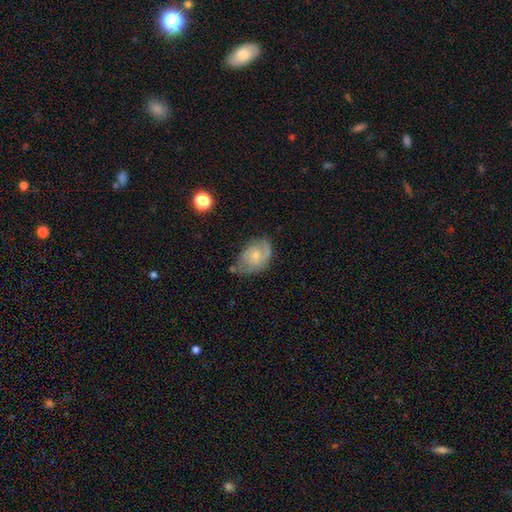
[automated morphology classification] smooth_or_featured: featured or disk (p=0.60) [alt: smooth p=0.33]
disk_edge_on: no (p=0.96) [alt: yes p=0.04]
bar: no (p=0.67) [alt: weak p=0.30]
has_spiral_arms: yes (p=0.80) [alt: no p=0.20]
bulge_size: small (p=0.59) [alt: moderate p=0.31]
merging: none (p=0.51) [alt: minor disturbance p=0.31]